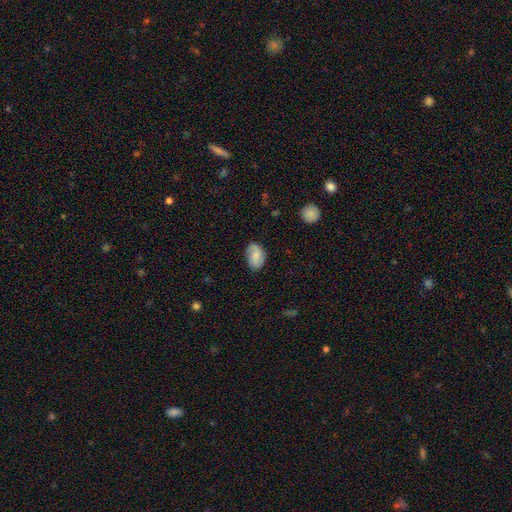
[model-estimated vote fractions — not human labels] Overall: smooth (66%; featured or disk 26%). How rounded: in between (86%). Merging: none (75%).